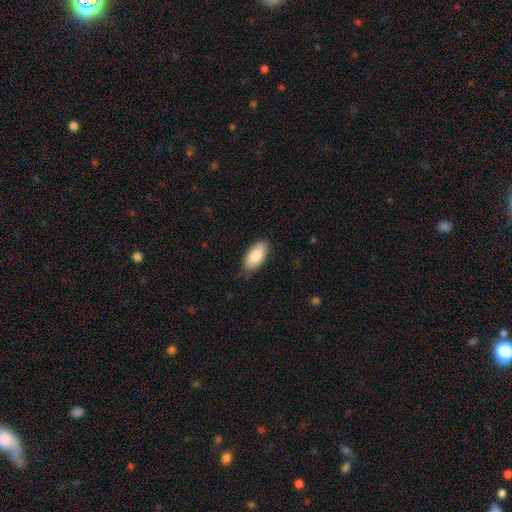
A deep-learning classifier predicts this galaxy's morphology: Smooth or featured? Predicted: smooth (p=0.87). How rounded? Predicted: in between (p=0.93). Merging? Predicted: none (p=0.82).